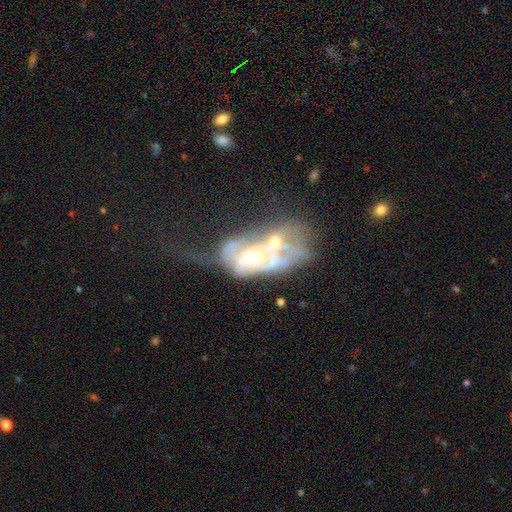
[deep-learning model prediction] Overall: featured or disk (69%). Edge-on disk: no (95%). Bar: no (77%). Spiral arms: no (69%; yes 31%). Bulge size: moderate (49%; small 29%). Merging: merger (44%; major disturbance 35%).